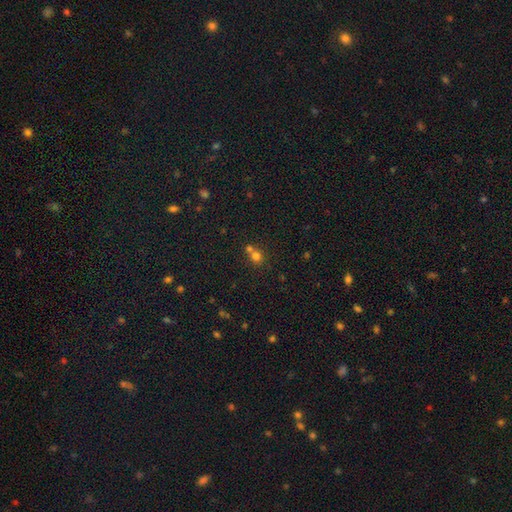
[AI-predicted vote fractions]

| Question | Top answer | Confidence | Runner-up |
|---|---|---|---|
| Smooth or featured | smooth | 73% | star or artifact (17%) |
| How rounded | round | 80% | in between (19%) |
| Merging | merger | 52% | none (39%) |